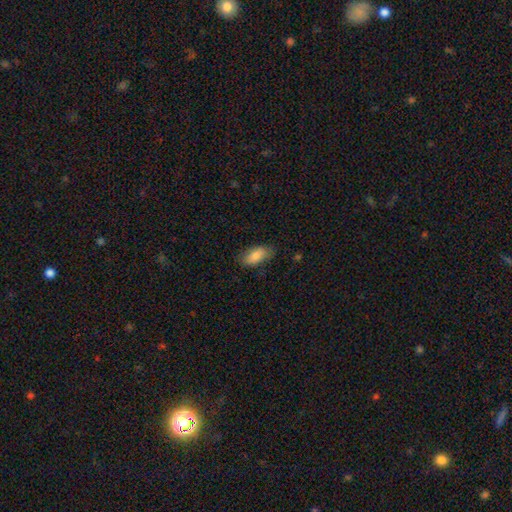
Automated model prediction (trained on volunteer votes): A smooth galaxy with no disk features (82%) that is in between round and cigar-shaped (90%).

Vote fractions:
- Smooth or featured? smooth: 82% / featured or disk: 11% / star or artifact: 7%
- How rounded? in between: 90% / cigar-shaped: 7% / round: 3%
- Merging? none: 78% / minor disturbance: 17% / major disturbance: 4% / merger: 1%